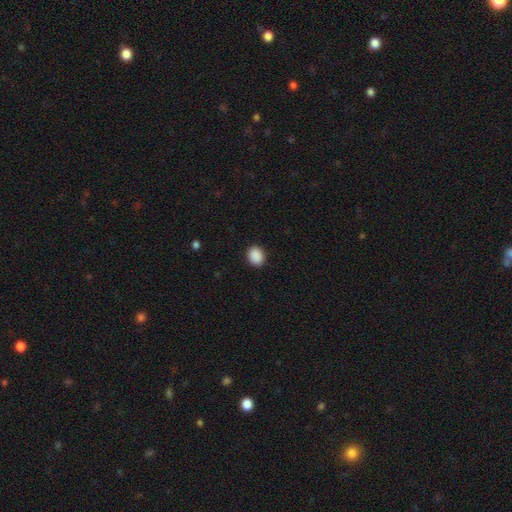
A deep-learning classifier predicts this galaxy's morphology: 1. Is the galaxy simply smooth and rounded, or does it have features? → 90% smooth, 8% star or artifact, 2% featured or disk.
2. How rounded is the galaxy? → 56% round, 43% in between, 1% cigar-shaped.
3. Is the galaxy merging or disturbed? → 90% none, 7% minor disturbance, 2% major disturbance, 1% merger.